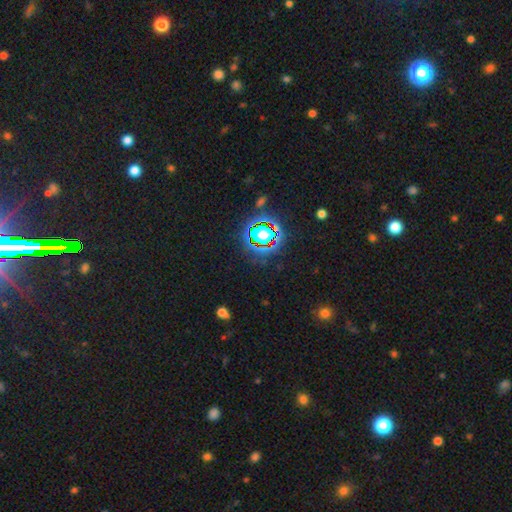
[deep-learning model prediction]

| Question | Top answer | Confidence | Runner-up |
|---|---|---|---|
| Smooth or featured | star or artifact | 81% | smooth (12%) |